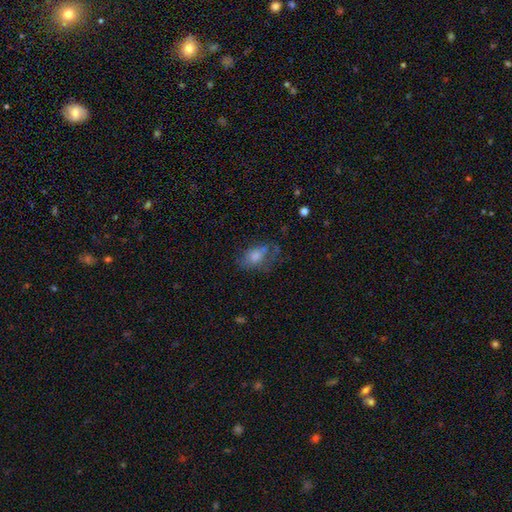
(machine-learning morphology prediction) Smooth or featured: smooth — 51% (featured or disk — 35%)
How rounded: in between — 80% (round — 17%)
Merging: none — 46% (major disturbance — 25%)